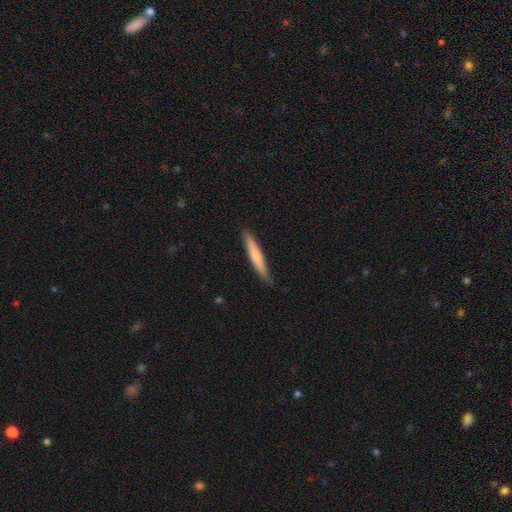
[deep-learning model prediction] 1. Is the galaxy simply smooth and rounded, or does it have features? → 62% smooth, 33% featured or disk, 5% star or artifact.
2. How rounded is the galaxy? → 94% cigar-shaped, 5% in between, 1% round.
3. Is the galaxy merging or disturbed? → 86% none, 11% minor disturbance, 2% major disturbance, 1% merger.